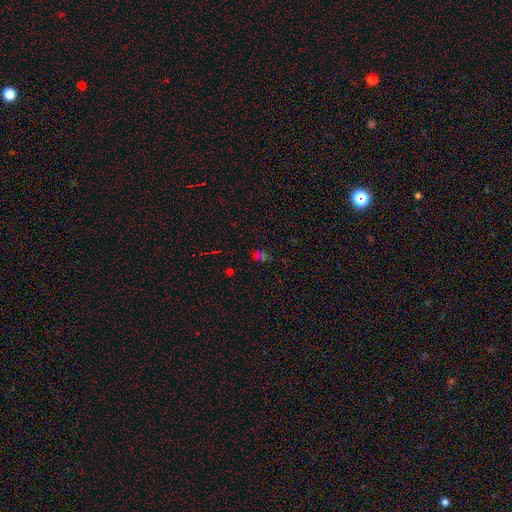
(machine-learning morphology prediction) smooth-or-featured: star or artifact: 46% | smooth: 44% | featured or disk: 10%